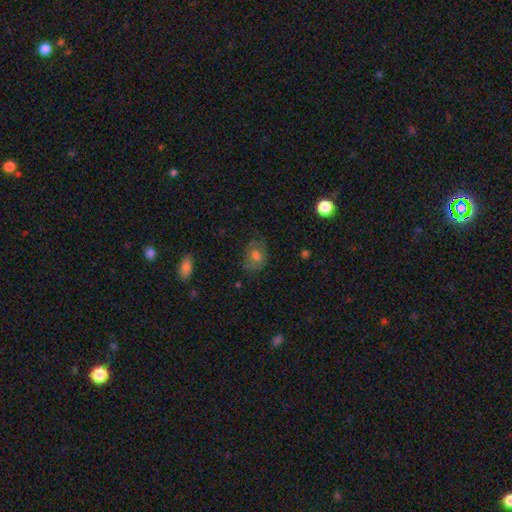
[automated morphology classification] Smooth or featured?
  - smooth: 63% *
  - featured or disk: 27%
  - star or artifact: 10%
How rounded?
  - in between: 65% *
  - round: 34%
  - cigar-shaped: 1%
Merging?
  - none: 63% *
  - minor disturbance: 24%
  - major disturbance: 12%
  - merger: 2%